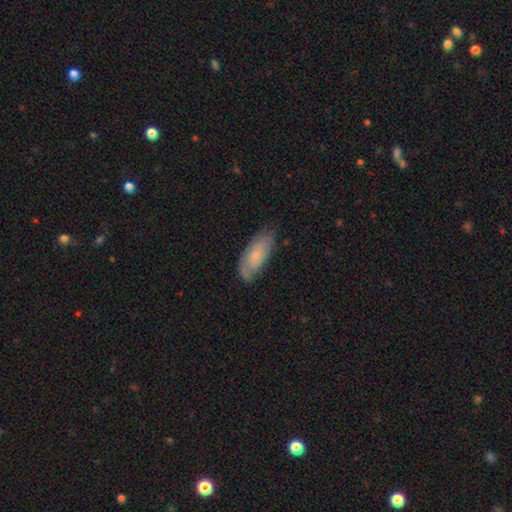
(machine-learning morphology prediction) Smooth or featured? Predicted: smooth (p=0.51). How rounded? Predicted: in between (p=0.80). Merging? Predicted: none (p=0.69).